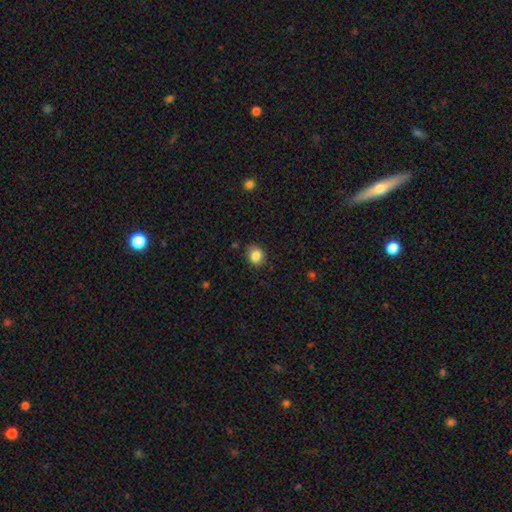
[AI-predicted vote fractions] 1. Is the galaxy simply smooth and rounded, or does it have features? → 84% smooth, 10% star or artifact, 6% featured or disk.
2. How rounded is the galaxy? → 74% round, 26% in between, 1% cigar-shaped.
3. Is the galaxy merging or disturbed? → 86% none, 10% minor disturbance, 2% major disturbance, 1% merger.